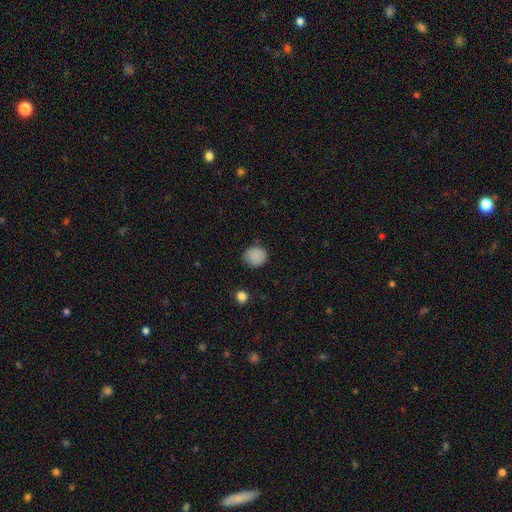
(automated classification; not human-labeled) Smooth or featured? Predicted: smooth (p=0.86). How rounded? Predicted: round (p=0.77). Merging? Predicted: none (p=0.79).